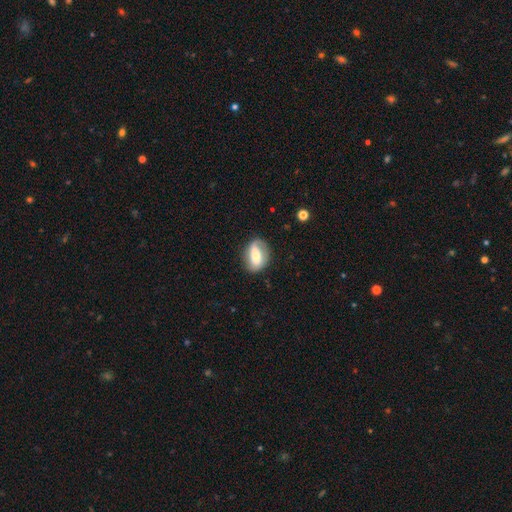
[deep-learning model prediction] A featured or disk galaxy (47%). Merging: none (73%).